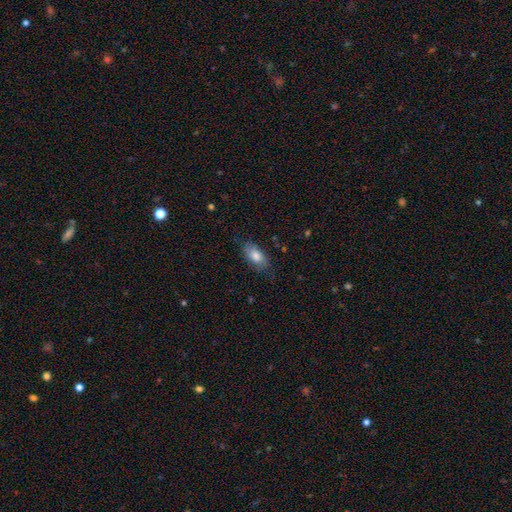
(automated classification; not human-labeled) A smooth galaxy with no disk features (79%) that is in between round and cigar-shaped (90%).

Vote fractions:
- Smooth or featured? smooth: 79% / featured or disk: 13% / star or artifact: 7%
- How rounded? in between: 90% / cigar-shaped: 5% / round: 5%
- Merging? none: 73% / minor disturbance: 20% / major disturbance: 5% / merger: 1%